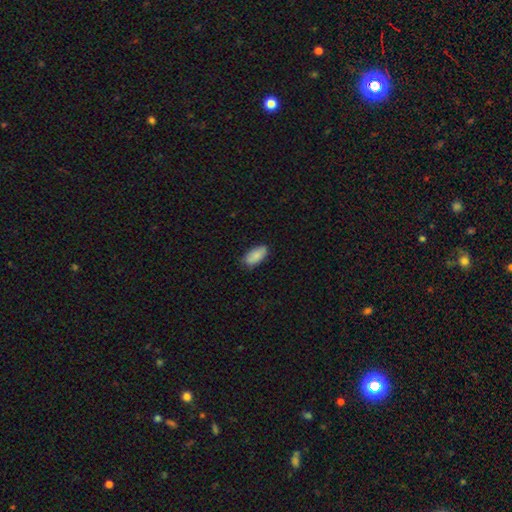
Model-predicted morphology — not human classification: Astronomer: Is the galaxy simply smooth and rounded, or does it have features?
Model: smooth — 85%.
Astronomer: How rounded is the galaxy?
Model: in between — 92%.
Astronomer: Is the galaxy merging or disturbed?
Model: none — 82%.